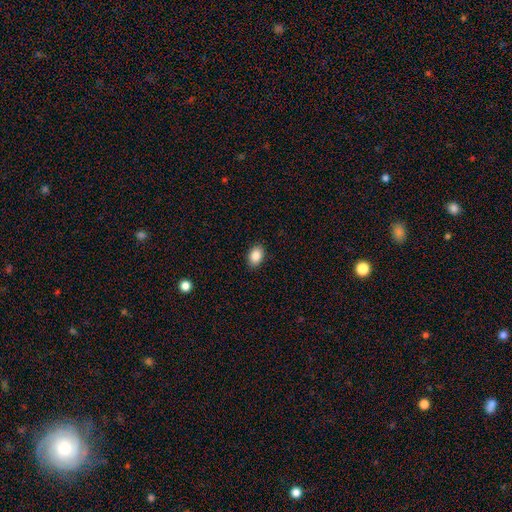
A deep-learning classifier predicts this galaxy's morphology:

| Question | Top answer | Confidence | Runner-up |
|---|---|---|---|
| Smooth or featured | smooth | 88% | star or artifact (8%) |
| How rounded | in between | 81% | round (18%) |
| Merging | none | 89% | minor disturbance (8%) |